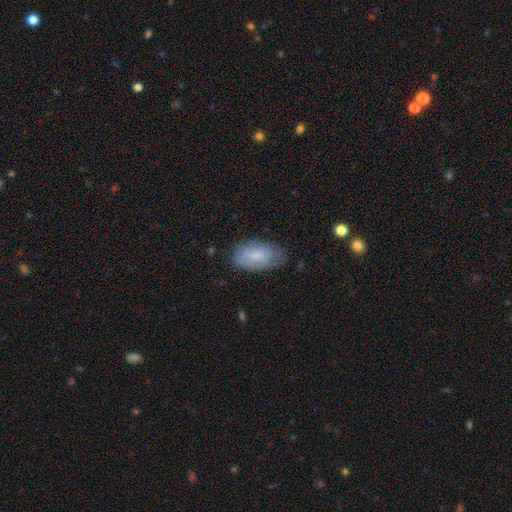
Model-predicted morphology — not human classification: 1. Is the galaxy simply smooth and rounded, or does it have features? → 77% smooth, 17% featured or disk, 7% star or artifact.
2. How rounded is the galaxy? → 93% in between, 4% round, 3% cigar-shaped.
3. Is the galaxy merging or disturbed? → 73% none, 21% minor disturbance, 4% major disturbance, 1% merger.